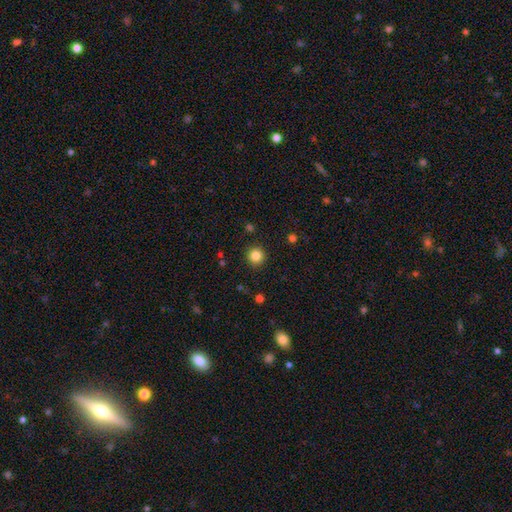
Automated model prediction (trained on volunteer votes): Q: Smooth or featured?
A: smooth (84%); runner-up: star or artifact (11%)
Q: How rounded?
A: round (94%); runner-up: in between (5%)
Q: Merging?
A: none (91%); runner-up: minor disturbance (6%)